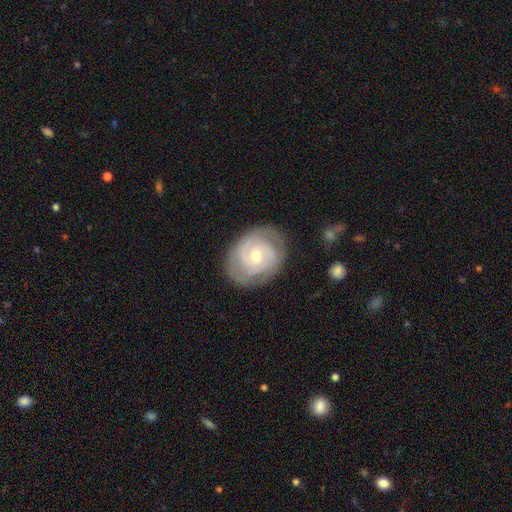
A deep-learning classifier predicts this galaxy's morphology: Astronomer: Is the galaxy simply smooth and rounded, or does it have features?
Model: featured or disk — 85%.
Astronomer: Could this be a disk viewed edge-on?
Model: no — 97%.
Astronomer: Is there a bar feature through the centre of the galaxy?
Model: no — 50% (runner-up: weak, 42%).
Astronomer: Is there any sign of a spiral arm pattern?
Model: yes — 96%.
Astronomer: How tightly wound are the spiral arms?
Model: tight — 64%.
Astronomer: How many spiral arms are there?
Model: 2 — 49% (runner-up: 3, 24%).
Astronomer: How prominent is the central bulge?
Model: moderate — 50% (runner-up: small, 47%).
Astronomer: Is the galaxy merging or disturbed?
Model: none — 80%.